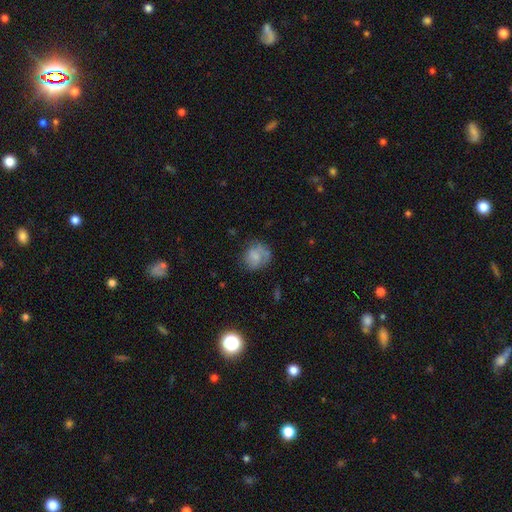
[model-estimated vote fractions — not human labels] Smooth or featured: smooth — 65% (featured or disk — 26%)
How rounded: round — 73% (in between — 26%)
Merging: none — 59% (minor disturbance — 25%)